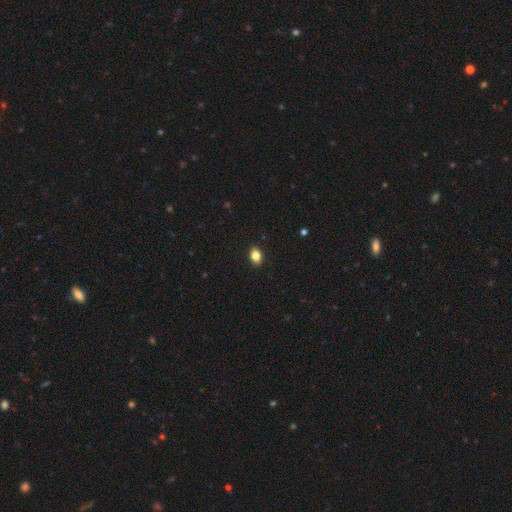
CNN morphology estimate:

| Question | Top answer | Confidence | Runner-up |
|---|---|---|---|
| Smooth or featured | smooth | 84% | star or artifact (10%) |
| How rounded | in between | 77% | round (22%) |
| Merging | none | 90% | minor disturbance (7%) |